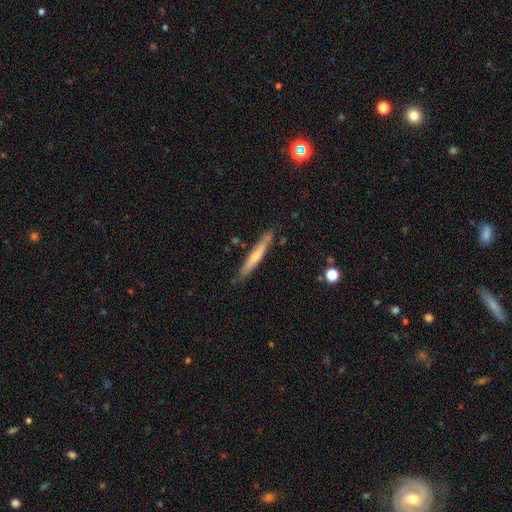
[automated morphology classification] This is possibly a smooth galaxy (49%). Merging: clearly none (82%).